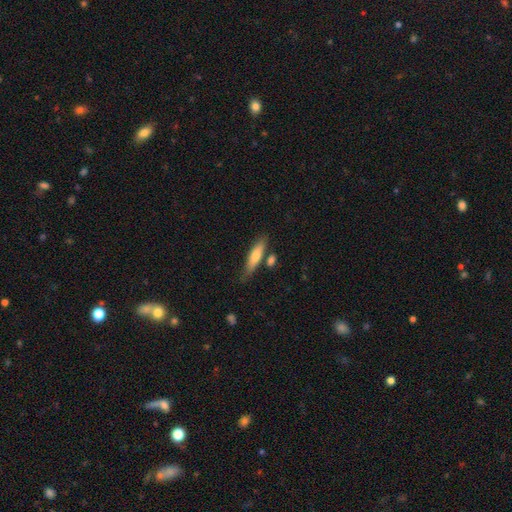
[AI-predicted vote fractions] smooth 75%, featured or disk 19%, star or artifact 6%. Down the decision tree: how rounded — cigar-shaped (72%); merging — none (71%).